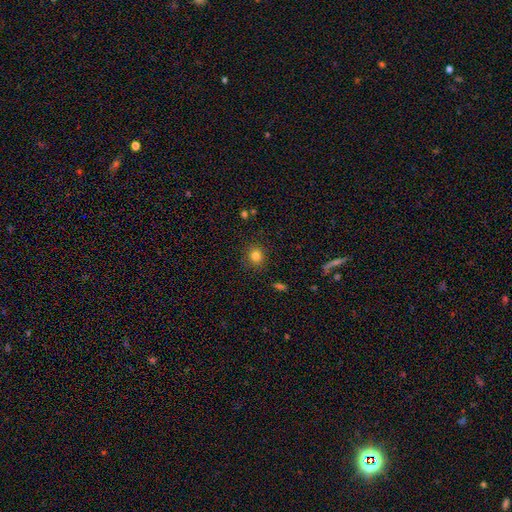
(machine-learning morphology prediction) A smooth galaxy with no disk features (81%) that is round (84%).

Vote fractions:
- Smooth or featured? smooth: 81% / star or artifact: 13% / featured or disk: 6%
- How rounded? round: 84% / in between: 15% / cigar-shaped: 1%
- Merging? none: 89% / minor disturbance: 7% / major disturbance: 2% / merger: 1%